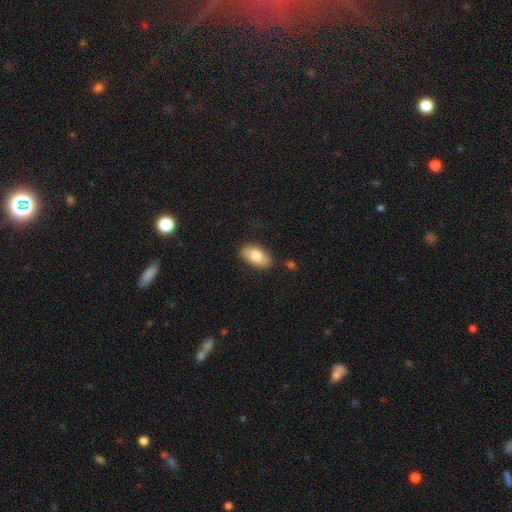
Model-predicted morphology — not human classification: Overall: smooth (81%). How rounded: in between (93%). Merging: none (80%).